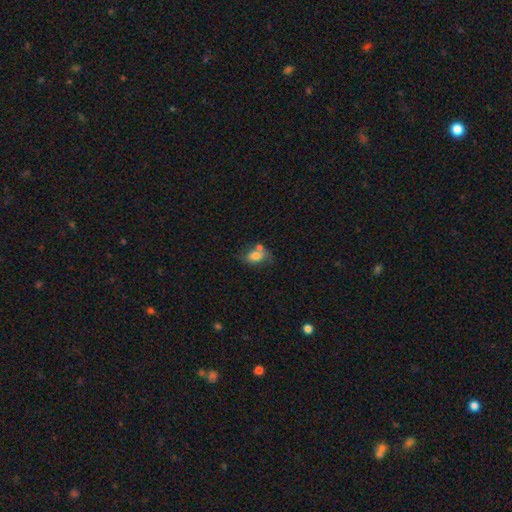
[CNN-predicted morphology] The model was most divided on "merging": none: 40%, merger: 29%, minor disturbance: 21%, major disturbance: 10%. More confident: how rounded — in between (82%); smooth or featured — smooth (70%).